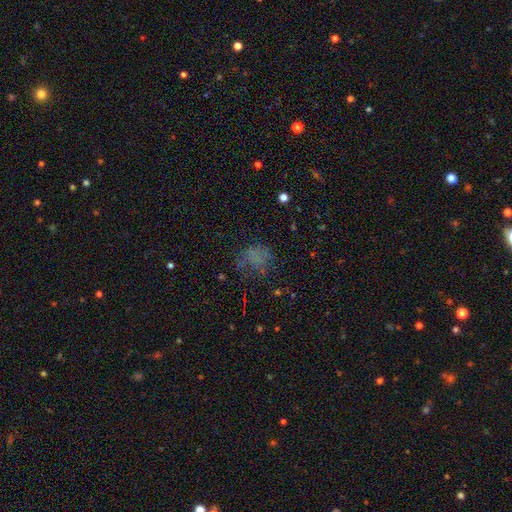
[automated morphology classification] Smooth or featured? Predicted: smooth (p=0.44). Merging? Predicted: none (p=0.49).